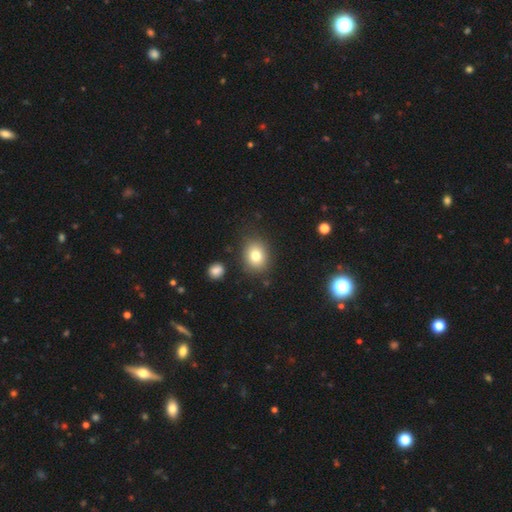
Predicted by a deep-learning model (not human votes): A smooth galaxy with no disk features (79%) that is round (60%).

Vote fractions:
- Smooth or featured? smooth: 79% / star or artifact: 11% / featured or disk: 10%
- How rounded? round: 60% / in between: 39% / cigar-shaped: 1%
- Merging? none: 84% / minor disturbance: 10% / major disturbance: 3% / merger: 3%